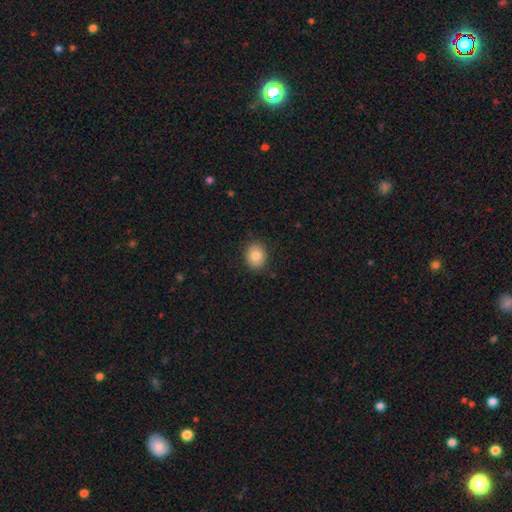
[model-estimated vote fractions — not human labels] Smooth or featured? smooth (83%)
How rounded? round (60%)
Merging? none (88%)